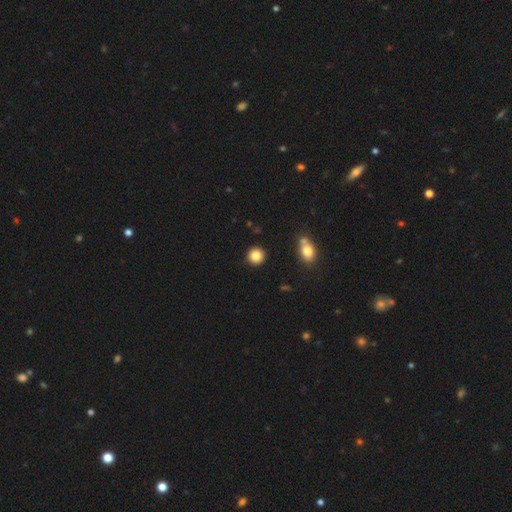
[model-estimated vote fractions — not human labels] A smooth galaxy with no disk features (85%) that is round (93%).

Vote fractions:
- Smooth or featured? smooth: 85% / star or artifact: 10% / featured or disk: 5%
- How rounded? round: 93% / in between: 6% / cigar-shaped: 1%
- Merging? none: 91% / minor disturbance: 5% / merger: 2% / major disturbance: 2%